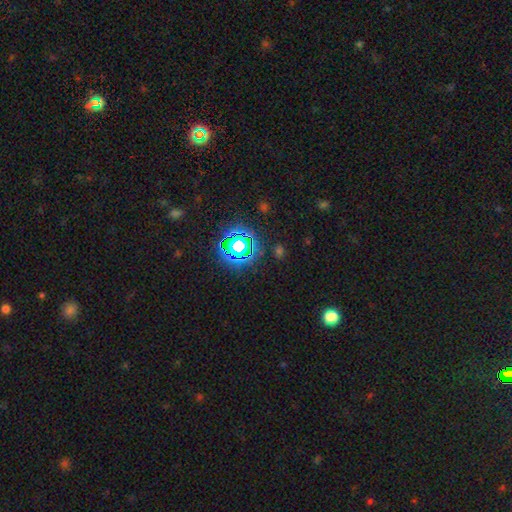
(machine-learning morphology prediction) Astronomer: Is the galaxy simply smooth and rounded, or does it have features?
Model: star or artifact — 80%.